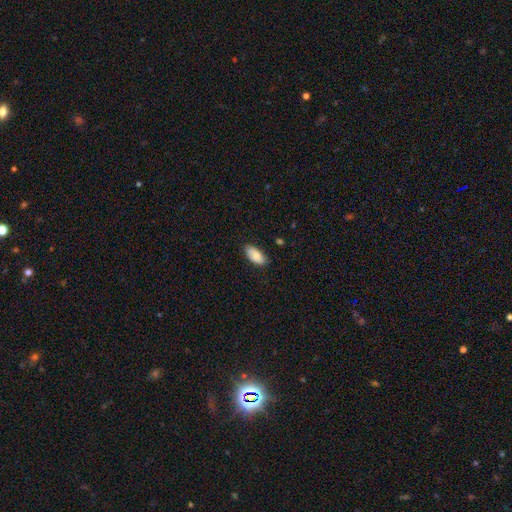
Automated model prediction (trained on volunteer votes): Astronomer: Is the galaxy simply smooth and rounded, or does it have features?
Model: smooth — 79%.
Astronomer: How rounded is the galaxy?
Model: in between — 91%.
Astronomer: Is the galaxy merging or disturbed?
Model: none — 80%.